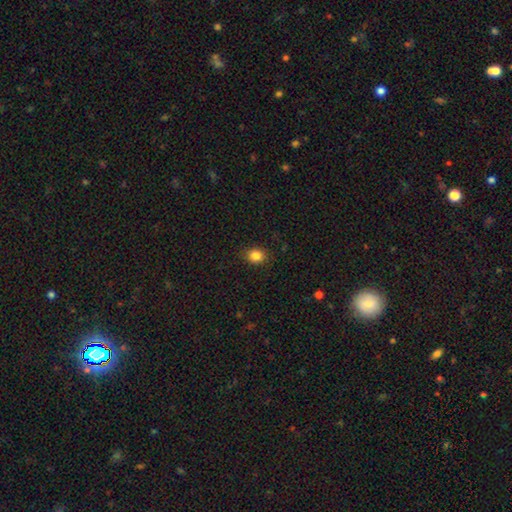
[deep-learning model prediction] A smooth galaxy with no disk features (85%) that is round (56%). Merging: none (87%).